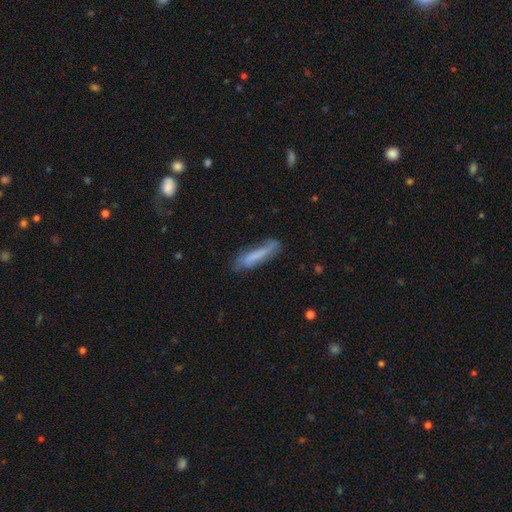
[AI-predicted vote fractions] The model was most divided on "smooth or featured": smooth: 62%, featured or disk: 31%, star or artifact: 7%. More confident: how rounded — cigar-shaped (81%); merging — none (61%).